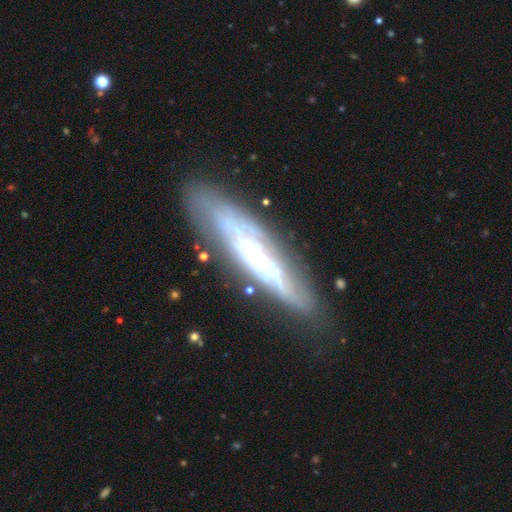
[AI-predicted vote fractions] Overall: featured or disk (72%). Edge-on disk: yes (53%; no 47%). Merging: none (73%).